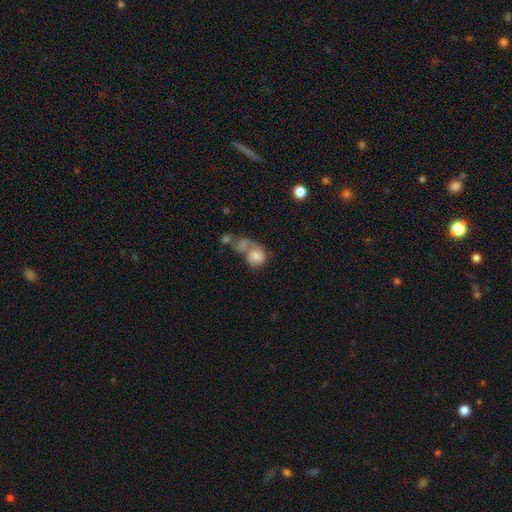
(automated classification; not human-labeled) smooth 73%, featured or disk 18%, star or artifact 8%. Down the decision tree: how rounded — round (66%); merging — merger (57%).